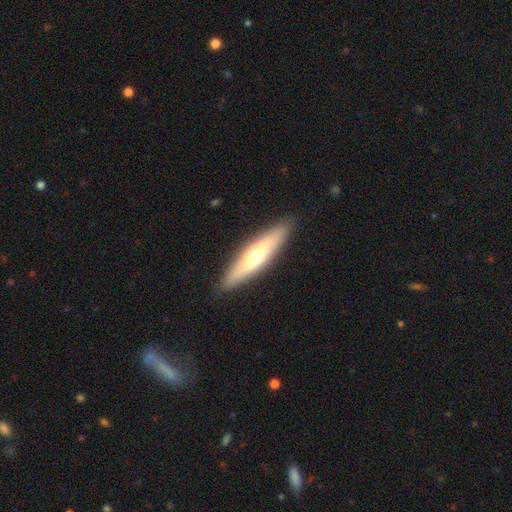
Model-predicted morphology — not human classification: A smooth galaxy with no disk features (47%, tied with featured or disk). Merging: none (89%).